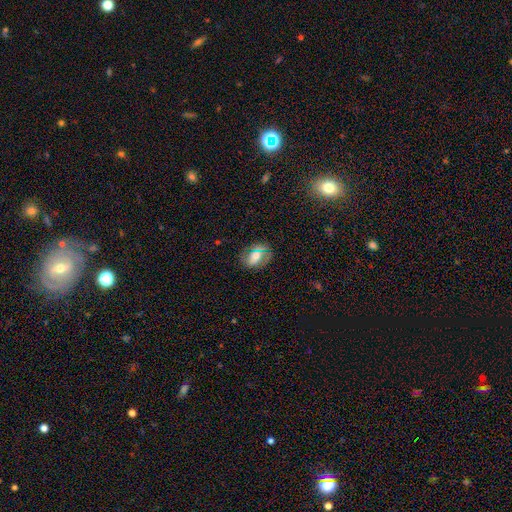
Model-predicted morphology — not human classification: Smooth or featured? smooth (58%)
How rounded? in between (71%)
Merging? none (73%)